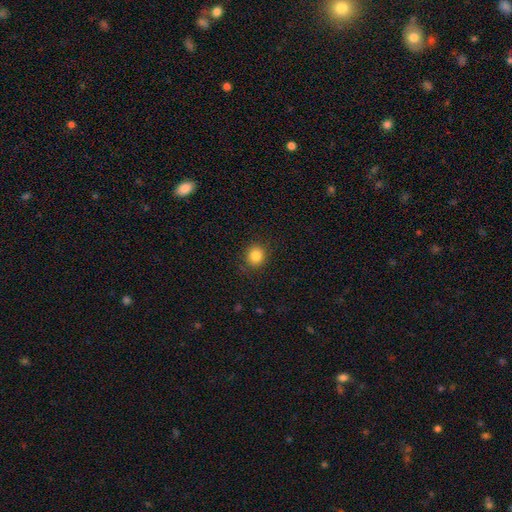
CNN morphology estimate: Smooth or featured?
  - smooth: 84% *
  - star or artifact: 11%
  - featured or disk: 5%
How rounded?
  - round: 86% *
  - in between: 13%
  - cigar-shaped: 1%
Merging?
  - none: 88% *
  - minor disturbance: 9%
  - major disturbance: 3%
  - merger: 1%